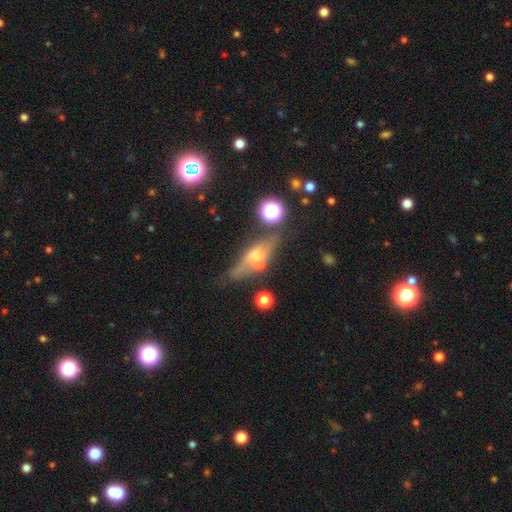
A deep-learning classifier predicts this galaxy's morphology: smooth_or_featured: featured or disk (p=0.54) [alt: smooth p=0.31]
disk_edge_on: yes (p=0.78) [alt: no p=0.22]
merging: none (p=0.62) [alt: minor disturbance p=0.19]